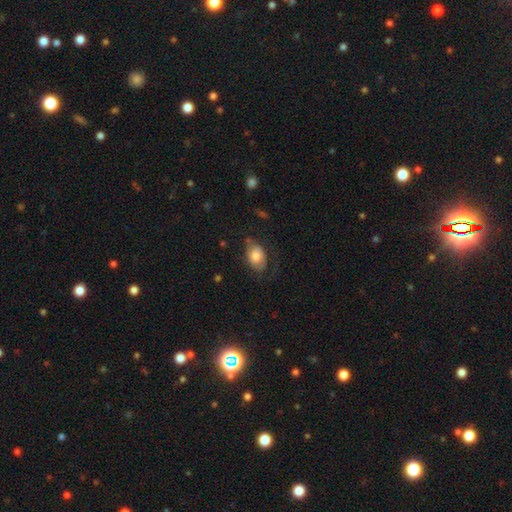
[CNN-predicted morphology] A smooth galaxy with no disk features (69%) that is in between round and cigar-shaped (82%).

Vote fractions:
- Smooth or featured? smooth: 69% / featured or disk: 23% / star or artifact: 7%
- How rounded? in between: 82% / round: 17% / cigar-shaped: 1%
- Merging? none: 50% / minor disturbance: 28% / major disturbance: 20% / merger: 2%